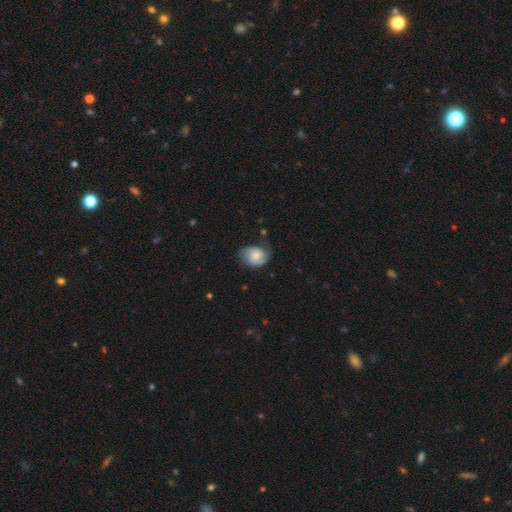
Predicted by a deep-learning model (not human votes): This appears to be a featured or disk galaxy (54%) with no bar (66%), spiral arms (89%) and a moderate central bulge (46%). Merging: none (58%).